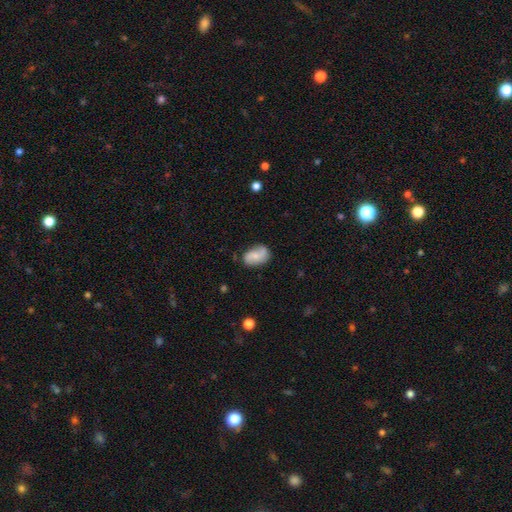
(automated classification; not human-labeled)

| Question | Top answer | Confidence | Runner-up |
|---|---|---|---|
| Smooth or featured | featured or disk | 52% | smooth (40%) |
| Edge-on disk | no | 97% | yes (3%) |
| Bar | no | 61% | weak (32%) |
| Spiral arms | yes | 89% | no (11%) |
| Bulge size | small | 49% | moderate (32%) |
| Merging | none | 70% | minor disturbance (22%) |